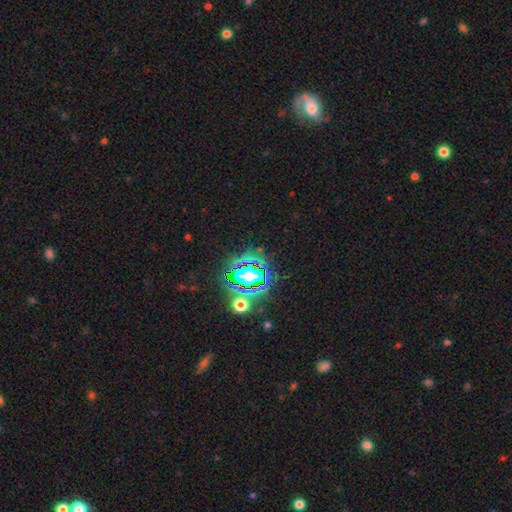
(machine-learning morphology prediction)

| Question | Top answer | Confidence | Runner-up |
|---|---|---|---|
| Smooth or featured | star or artifact | 78% | smooth (13%) |